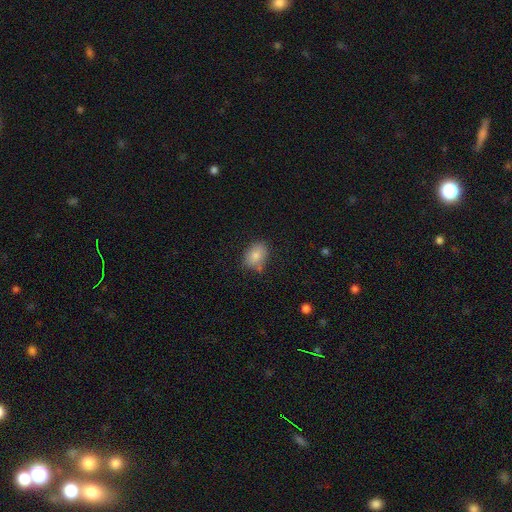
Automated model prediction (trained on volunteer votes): Overall: smooth (81%). How rounded: in between (75%). Merging: none (68%).